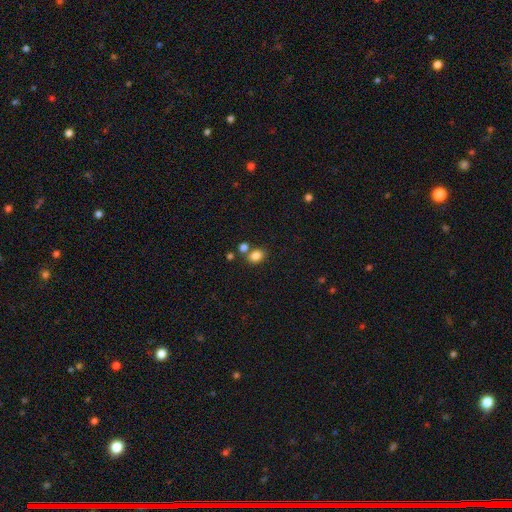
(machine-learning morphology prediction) A smooth galaxy with no disk features (83%) that is in between round and cigar-shaped (60%).

Vote fractions:
- Smooth or featured? smooth: 83% / star or artifact: 11% / featured or disk: 6%
- How rounded? in between: 60% / round: 39% / cigar-shaped: 1%
- Merging? none: 67% / merger: 19% / minor disturbance: 11% / major disturbance: 3%